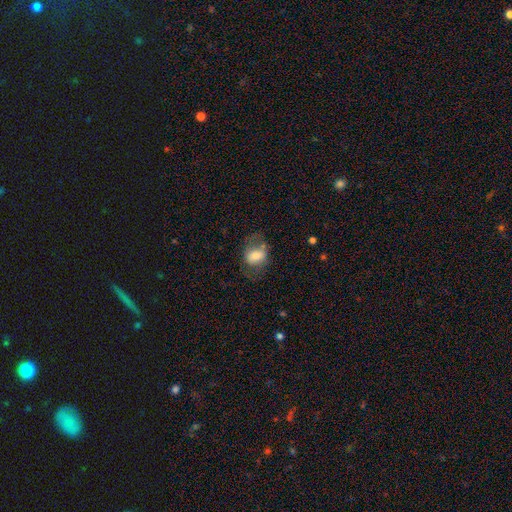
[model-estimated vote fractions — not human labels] Overall: smooth (63%; featured or disk 29%). How rounded: in between (75%). Merging: none (54%; minor disturbance 23%).